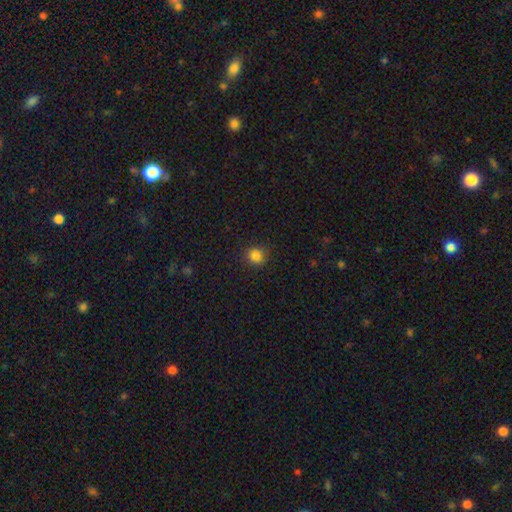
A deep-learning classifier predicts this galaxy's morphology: Overall: smooth (82%). How rounded: round (87%). Merging: none (88%).